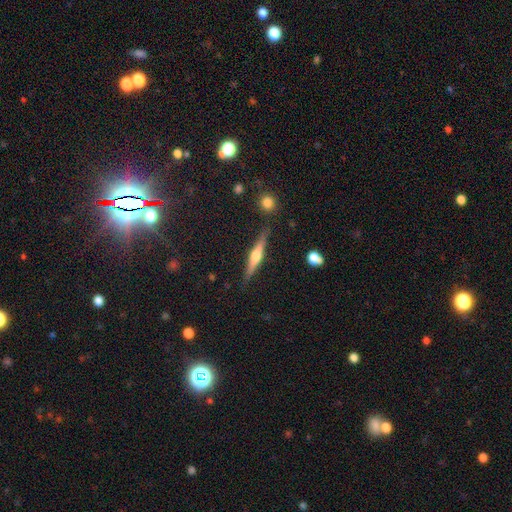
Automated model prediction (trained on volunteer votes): Smooth or featured? Predicted: featured or disk (p=0.69). Edge-on disk? Predicted: yes (p=0.97). Edge-on bulge? Predicted: rounded (p=0.91). Merging? Predicted: none (p=0.87).